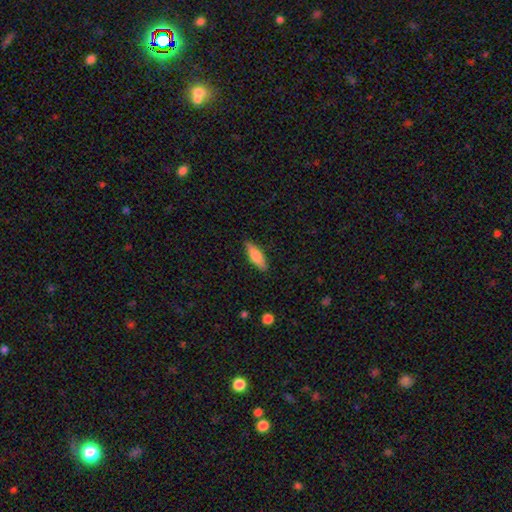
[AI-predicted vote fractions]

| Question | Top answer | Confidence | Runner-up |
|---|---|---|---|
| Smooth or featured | smooth | 69% | featured or disk (25%) |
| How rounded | in between | 49% | tied: cigar-shaped (49%) |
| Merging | none | 87% | minor disturbance (10%) |